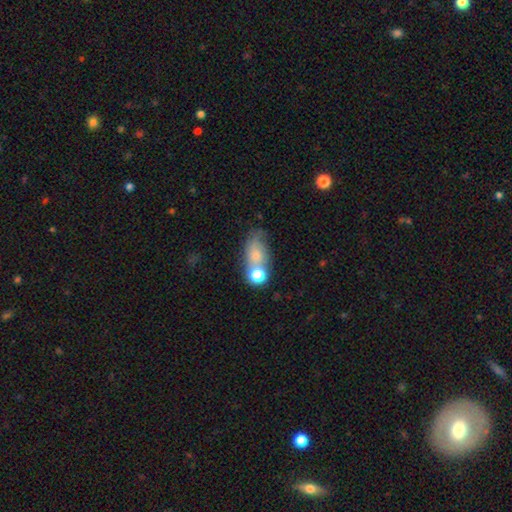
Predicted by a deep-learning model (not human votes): A smooth galaxy with no disk features (66%) that is in between round and cigar-shaped (75%). Merging: none (37%).